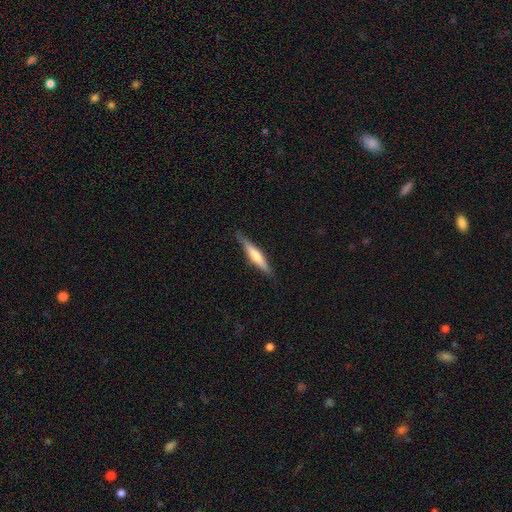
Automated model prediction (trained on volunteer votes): Morphology: type=smooth (49%); merging=none (85%).